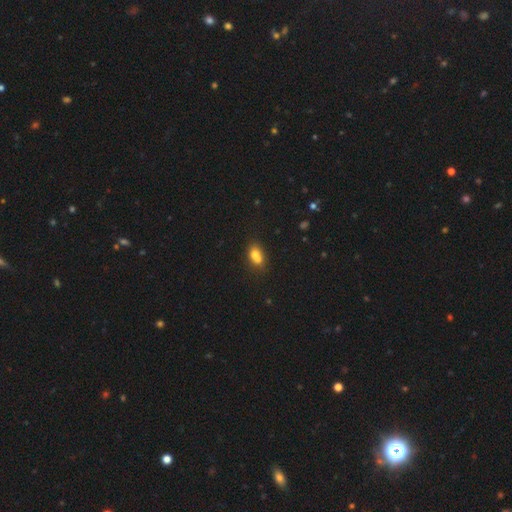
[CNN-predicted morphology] Overall: smooth (73%). How rounded: in between (70%). Merging: merger (46%; none 36%).